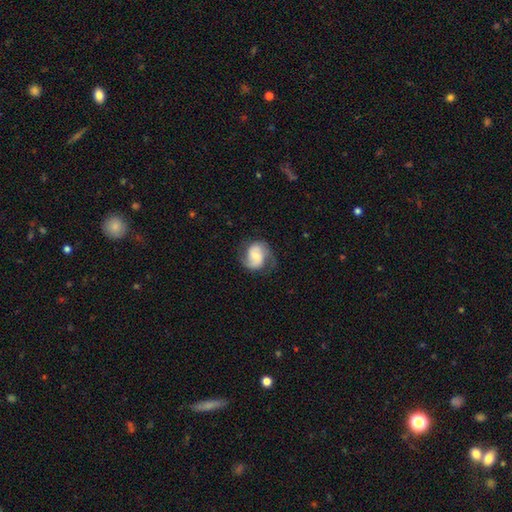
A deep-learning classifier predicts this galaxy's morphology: featured or disk 70%, smooth 24%, star or artifact 7%. Down the decision tree: edge-on disk — no (98%); bar — no (47%); spiral arms — yes (93%); spiral arm count — 2 (86%); spiral winding — medium (47%); bulge size — small (43%); merging — none (65%).